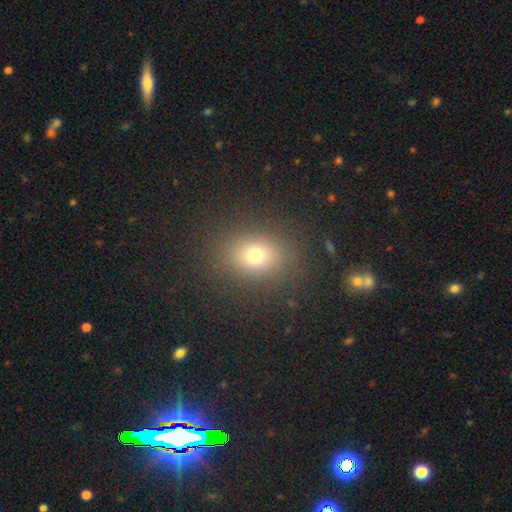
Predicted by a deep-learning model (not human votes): Smooth or featured? smooth (72%)
How rounded? round (57%)
Merging? none (86%)